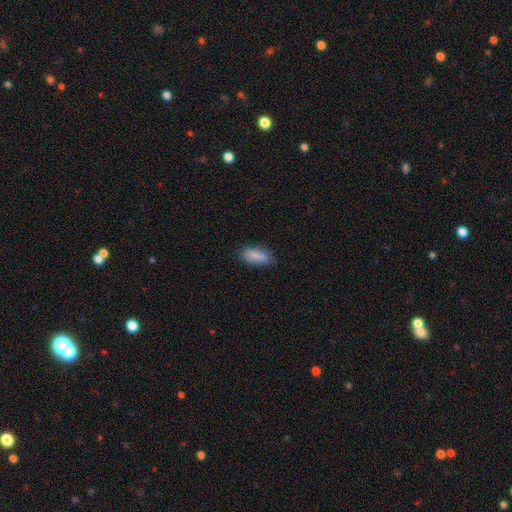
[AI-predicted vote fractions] A smooth galaxy with no disk features (87%) that is in between round and cigar-shaped (85%).

Vote fractions:
- Smooth or featured? smooth: 87% / star or artifact: 7% / featured or disk: 7%
- How rounded? in between: 85% / cigar-shaped: 13% / round: 2%
- Merging? none: 74% / minor disturbance: 20% / major disturbance: 4% / merger: 2%